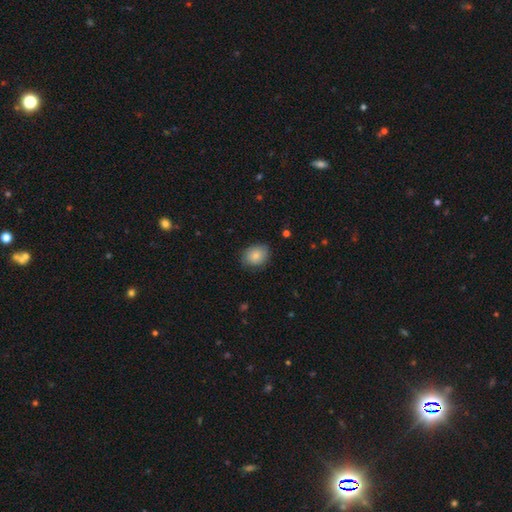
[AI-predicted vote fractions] Overall: smooth (80%). How rounded: in between (50%; round 49%). Merging: none (78%).